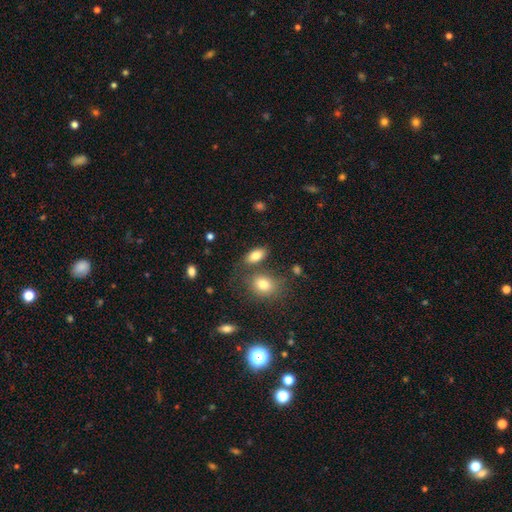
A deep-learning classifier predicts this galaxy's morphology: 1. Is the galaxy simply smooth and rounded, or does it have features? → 81% smooth, 11% featured or disk, 8% star or artifact.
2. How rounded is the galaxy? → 89% in between, 6% round, 5% cigar-shaped.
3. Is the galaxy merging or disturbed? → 68% none, 15% merger, 12% minor disturbance, 5% major disturbance.